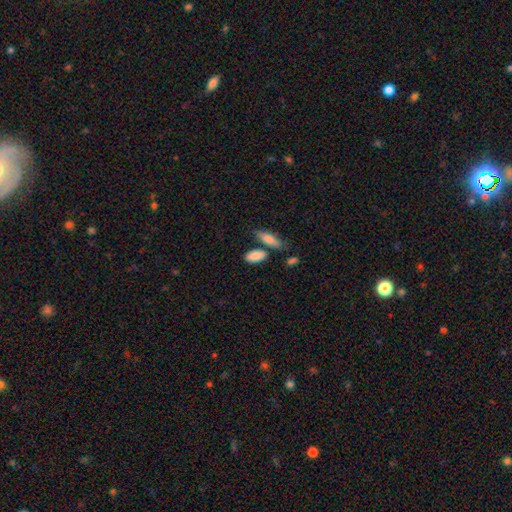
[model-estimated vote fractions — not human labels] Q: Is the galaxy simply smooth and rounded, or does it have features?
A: smooth — 87%.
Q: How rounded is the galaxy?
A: in between — 86%.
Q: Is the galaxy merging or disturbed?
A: none — 65%.